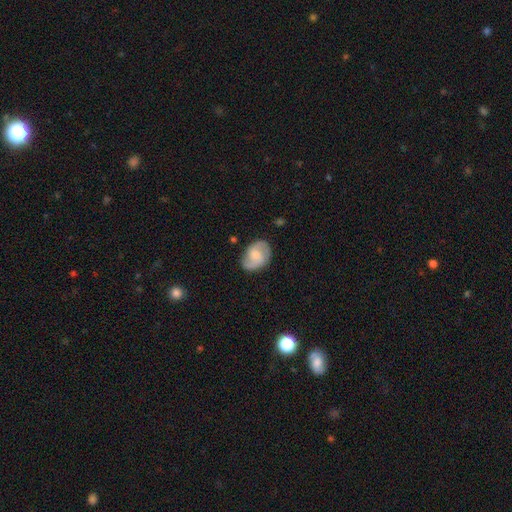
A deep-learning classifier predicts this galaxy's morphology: A featured or disk galaxy (69%) with a weak bar (46%, tied with no), 2 (87%) medium (51%) spiral arms (93%) and a moderate central bulge (42%).

Vote fractions:
- Smooth or featured? featured or disk: 69% / smooth: 24% / star or artifact: 6%
- Edge-on disk? no: 98% / yes: 2%
- Bar? weak: 46% (tied) / no: 46% (tied) / strong: 8%
- Spiral arms? yes: 93% / no: 7%
- Spiral winding? medium: 51% / loose: 27% / tight: 22%
- Spiral arm count? 2: 87% / can't tell: 6% / 1: 3% / 3: 2% / 4: 1% / more than 4: 1%
- Bulge size? moderate: 42% / small: 33% / none: 15% / large: 8% / dominant: 2%
- Merging? none: 77% / minor disturbance: 17% / major disturbance: 5% / merger: 2%